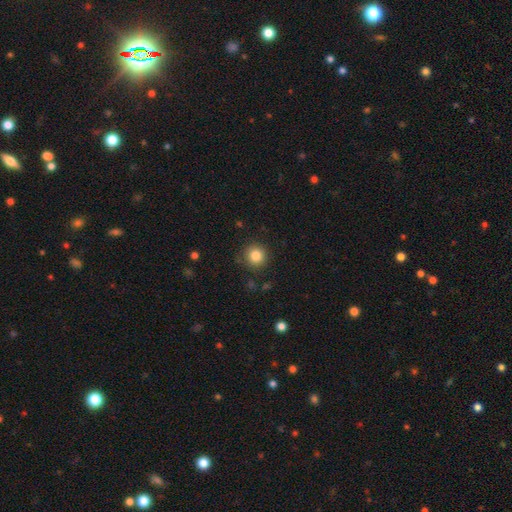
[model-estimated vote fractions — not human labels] smooth_or_featured: smooth (p=0.84) [alt: star or artifact p=0.11]
how_rounded: round (p=0.94) [alt: in between p=0.05]
merging: none (p=0.89) [alt: minor disturbance p=0.08]